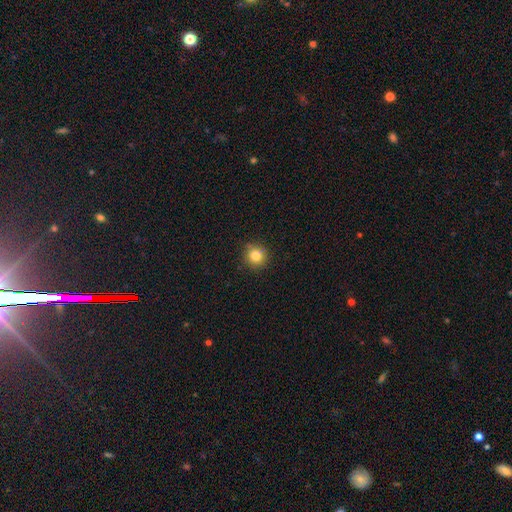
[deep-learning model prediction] The model was most divided on "smooth or featured": smooth: 82%, star or artifact: 12%, featured or disk: 6%. More confident: how rounded — round (92%); merging — none (88%).